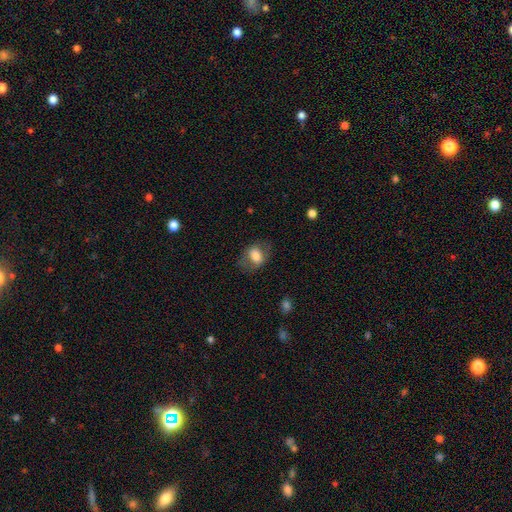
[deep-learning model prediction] A smooth galaxy with no disk features (72%) that is in between round and cigar-shaped (72%).

Vote fractions:
- Smooth or featured? smooth: 72% / featured or disk: 21% / star or artifact: 8%
- How rounded? in between: 72% / round: 27% / cigar-shaped: 1%
- Merging? none: 68% / minor disturbance: 19% / major disturbance: 12% / merger: 1%